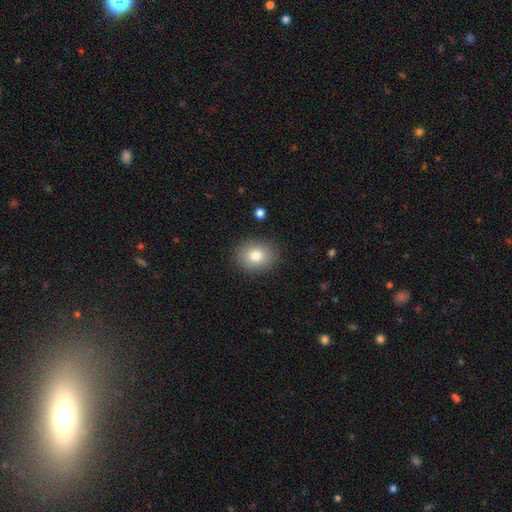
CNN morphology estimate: smooth_or_featured: smooth (p=0.80) [alt: featured or disk p=0.10]
how_rounded: round (p=0.56) [alt: in between p=0.43]
merging: none (p=0.87) [alt: minor disturbance p=0.09]